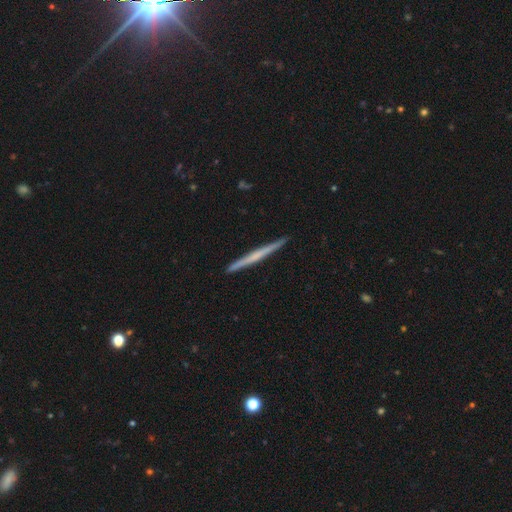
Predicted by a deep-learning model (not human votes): Q: Smooth or featured?
A: featured or disk (61%); runner-up: smooth (33%)
Q: Edge-on disk?
A: yes (98%); runner-up: no (2%)
Q: Edge-on bulge?
A: none (63%); runner-up: rounded (29%)
Q: Merging?
A: none (92%); runner-up: minor disturbance (6%)